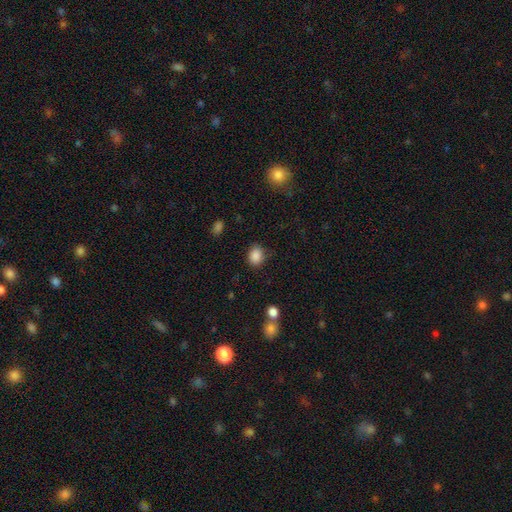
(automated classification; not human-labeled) The model was most divided on "how rounded": in between: 53%, round: 46%, cigar-shaped: 1%. More confident: smooth or featured — smooth (87%); merging — none (78%).